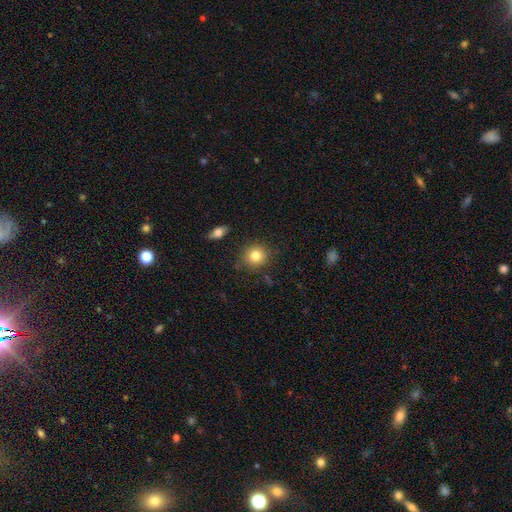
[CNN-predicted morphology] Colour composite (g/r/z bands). It shows a smooth galaxy with no disk features (82%) that is round (88%). Merging: none (85%).